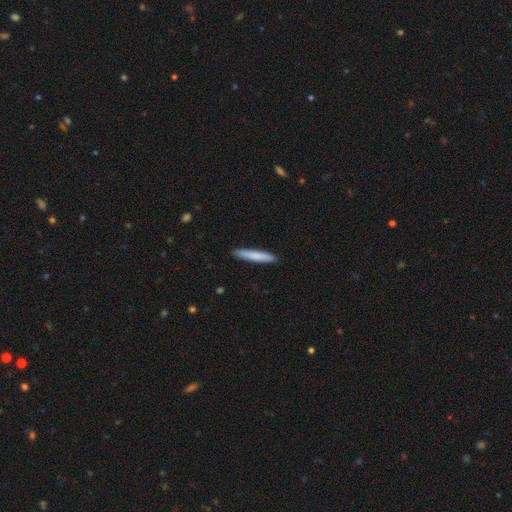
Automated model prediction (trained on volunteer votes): Smooth or featured: smooth — 79% (featured or disk — 16%)
How rounded: cigar-shaped — 95% (in between — 4%)
Merging: none — 91% (minor disturbance — 6%)